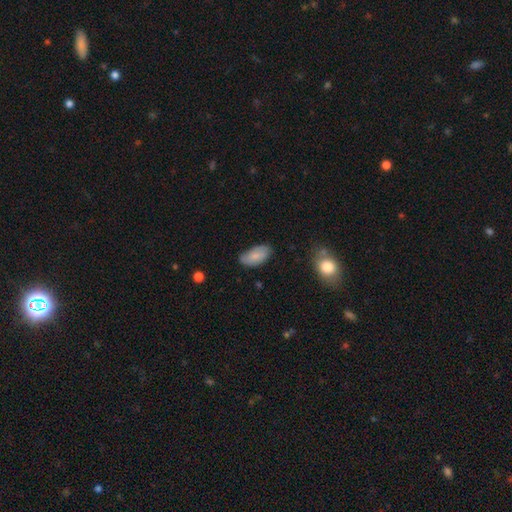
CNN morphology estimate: Overall: smooth (76%). How rounded: in between (94%). Merging: none (68%).